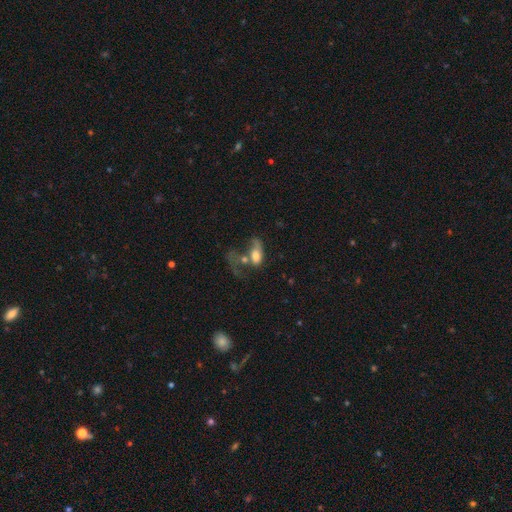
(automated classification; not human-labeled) Smooth or featured? Predicted: smooth (p=0.57). How rounded? Predicted: in between (p=0.82). Merging? Predicted: merger (p=0.47).